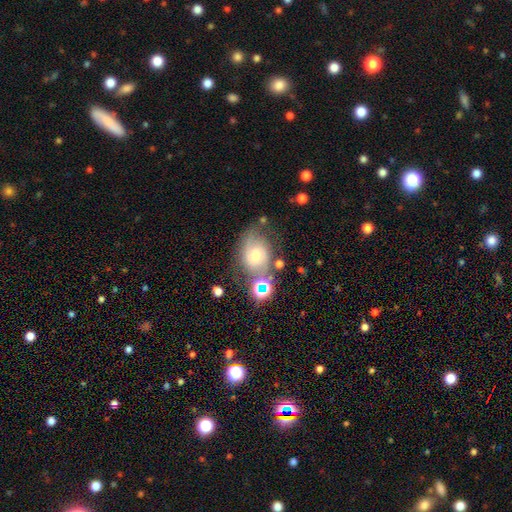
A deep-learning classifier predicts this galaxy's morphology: The model was most divided on "smooth or featured": featured or disk: 55%, smooth: 28%, star or artifact: 16%. More confident: edge-on disk — no (95%); spiral arms — yes (80%); bar — no (69%); bulge size — moderate (59%); merging — none (54%).